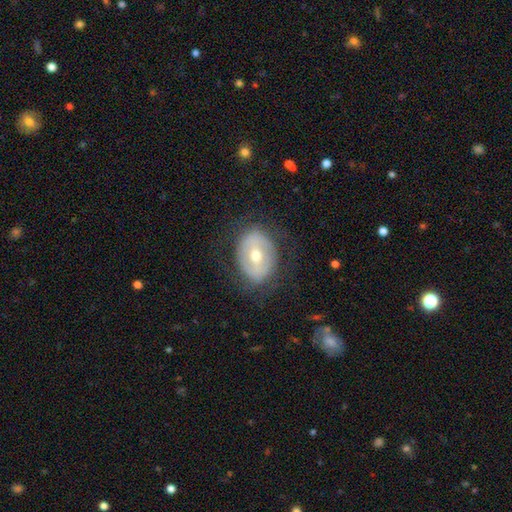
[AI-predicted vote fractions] Smooth or featured? featured or disk (56%)
Edge-on disk? no (93%)
Bar? weak (38%)
Spiral arms? no (66%)
Bulge size? moderate (64%)
Merging? none (76%)